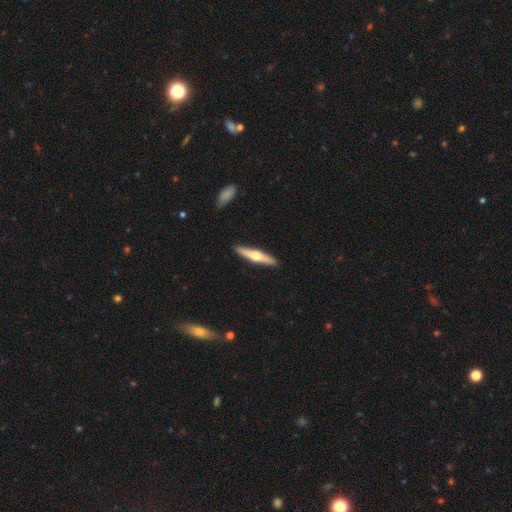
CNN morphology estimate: A featured or disk galaxy (59%) viewed edge-on (96%) with a rounded central bulge (94%). Merging: none (91%).